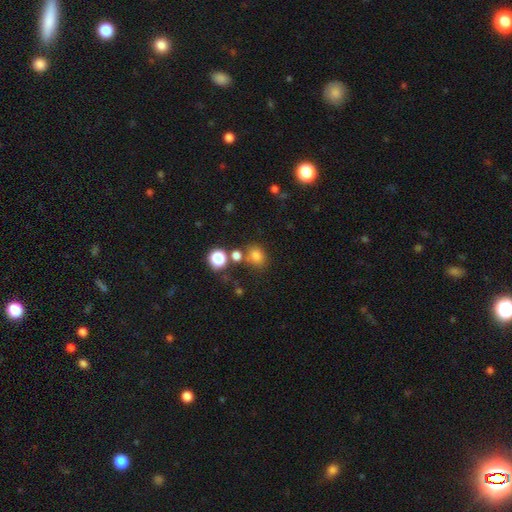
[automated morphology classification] Smooth or featured: smooth — 77% (star or artifact — 16%)
How rounded: round — 59% (in between — 40%)
Merging: none — 67% (merger — 15%)